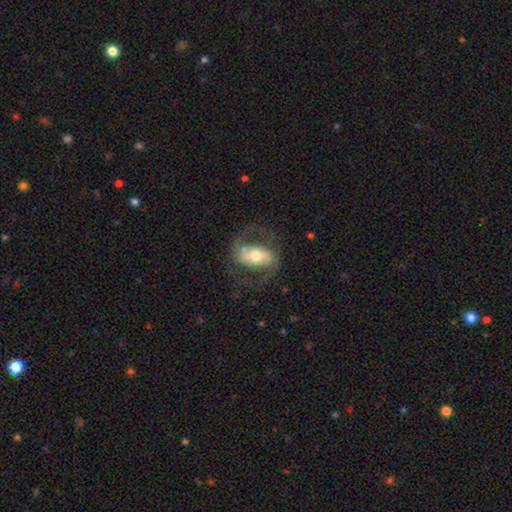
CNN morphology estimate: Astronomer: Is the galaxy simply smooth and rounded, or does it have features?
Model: featured or disk — 79%.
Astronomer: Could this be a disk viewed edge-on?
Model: no — 96%.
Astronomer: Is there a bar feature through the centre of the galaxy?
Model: strong — 39% (runner-up: weak, 36%).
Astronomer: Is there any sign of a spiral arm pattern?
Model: yes — 89%.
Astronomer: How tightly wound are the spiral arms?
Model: medium — 52% (runner-up: loose, 34%).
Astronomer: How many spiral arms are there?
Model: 2 — 90%.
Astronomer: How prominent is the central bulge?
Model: moderate — 64%.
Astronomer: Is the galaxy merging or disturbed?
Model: none — 68%.